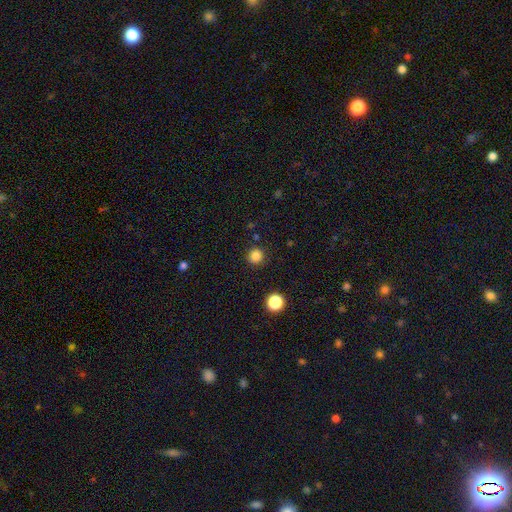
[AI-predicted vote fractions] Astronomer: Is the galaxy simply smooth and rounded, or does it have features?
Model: smooth — 84%.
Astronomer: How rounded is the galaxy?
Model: round — 95%.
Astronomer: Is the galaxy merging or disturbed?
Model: none — 90%.